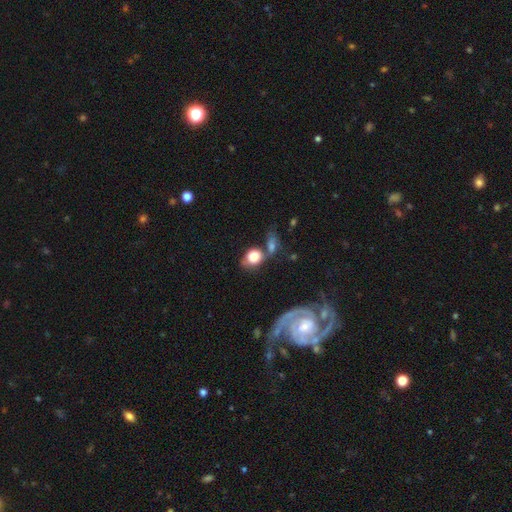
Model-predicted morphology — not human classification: type=featured or disk (61%); edge-on=no (92%); bar=no (50%); spiral arms=yes (87%); bulge=moderate (44%); merging=none (63%).